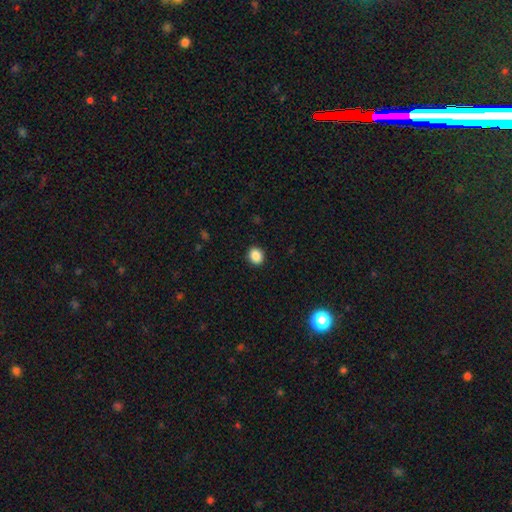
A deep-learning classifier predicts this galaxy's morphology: Smooth or featured? Predicted: smooth (p=0.88). How rounded? Predicted: round (p=0.70). Merging? Predicted: none (p=0.91).